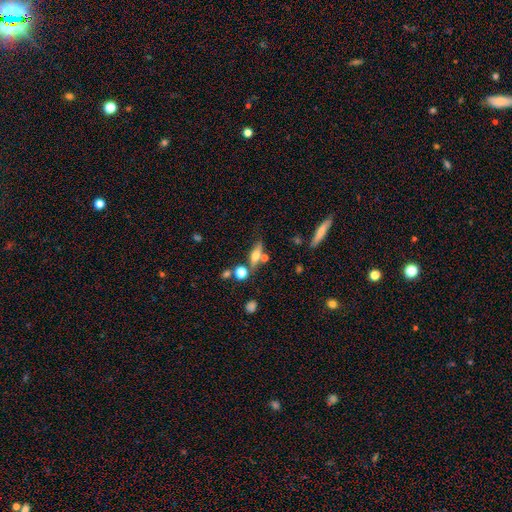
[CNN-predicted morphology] Overall: smooth (48%; featured or disk 42%). Merging: none (61%).